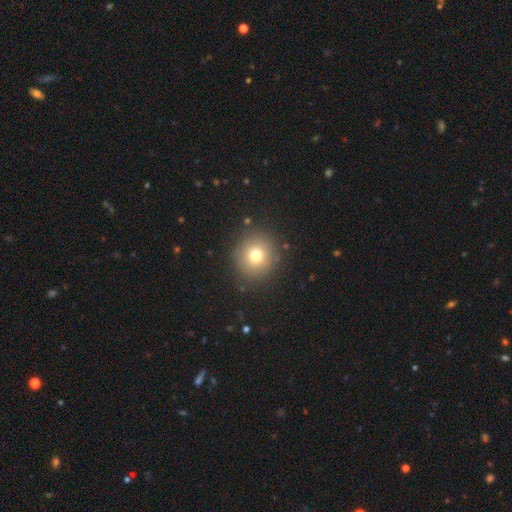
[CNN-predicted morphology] A smooth galaxy with no disk features (74%) that is round (91%). Merging: none (87%).